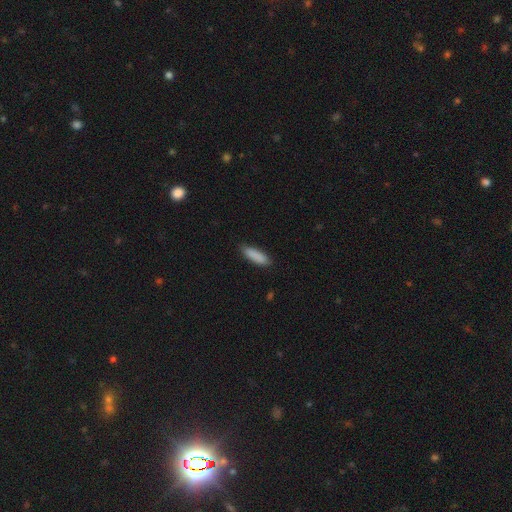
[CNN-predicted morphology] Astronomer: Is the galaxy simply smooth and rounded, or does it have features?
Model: smooth — 89%.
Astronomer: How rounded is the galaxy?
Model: cigar-shaped — 53% (runner-up: in between, 45%).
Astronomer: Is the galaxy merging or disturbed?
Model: none — 85%.